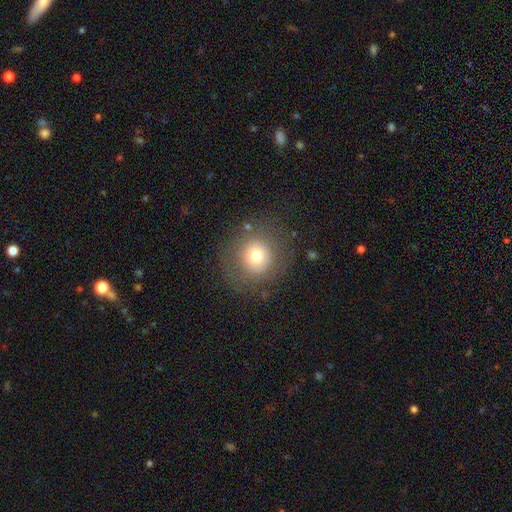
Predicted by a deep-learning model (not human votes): Morphology: type=smooth (71%); roundness=round (92%); merging=none (80%).